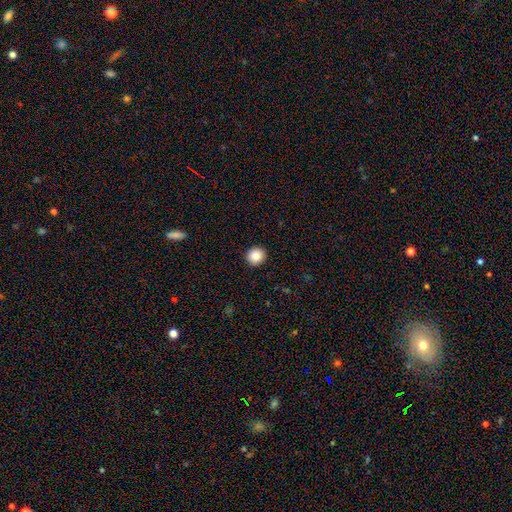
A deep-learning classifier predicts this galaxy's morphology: A smooth galaxy with no disk features (86%) that is round (90%).

Vote fractions:
- Smooth or featured? smooth: 86% / star or artifact: 9% / featured or disk: 5%
- How rounded? round: 90% / in between: 9% / cigar-shaped: 1%
- Merging? none: 93% / minor disturbance: 4% / major disturbance: 2% / merger: 1%